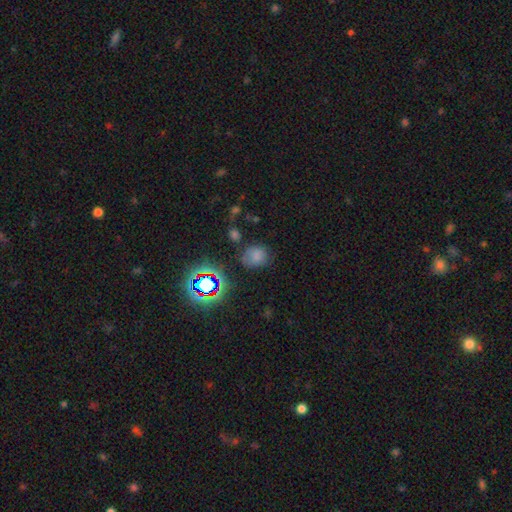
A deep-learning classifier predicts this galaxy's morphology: A smooth galaxy with no disk features (69%) that is round (63%).

Vote fractions:
- Smooth or featured? smooth: 69% / star or artifact: 23% / featured or disk: 9%
- How rounded? round: 63% / in between: 36% / cigar-shaped: 1%
- Merging? none: 67% / minor disturbance: 20% / major disturbance: 7% / merger: 5%